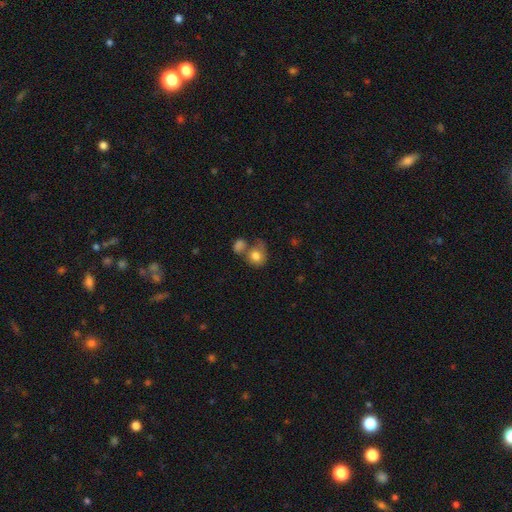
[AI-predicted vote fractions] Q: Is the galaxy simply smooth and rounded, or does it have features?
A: smooth — 78%.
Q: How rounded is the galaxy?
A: round — 65%.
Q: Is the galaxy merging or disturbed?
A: merger — 38%.